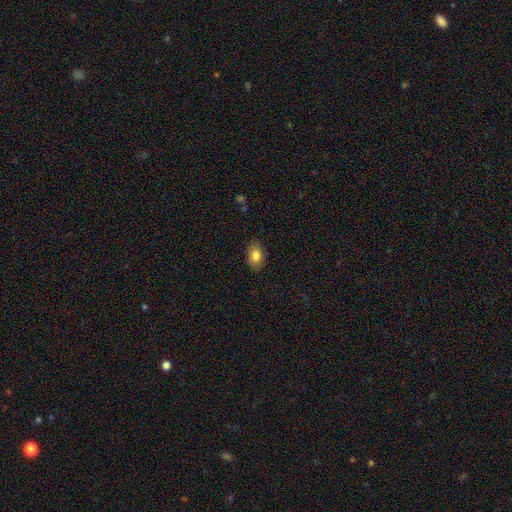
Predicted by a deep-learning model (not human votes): Smooth or featured? Predicted: smooth (p=0.84). How rounded? Predicted: in between (p=0.89). Merging? Predicted: none (p=0.85).